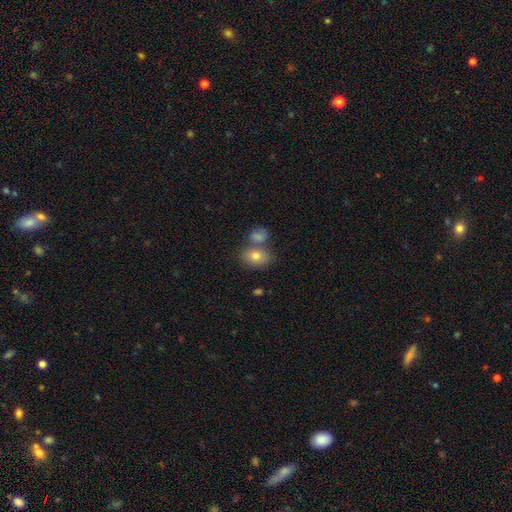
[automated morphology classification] Smooth or featured? smooth (78%)
How rounded? in between (71%)
Merging? none (52%)